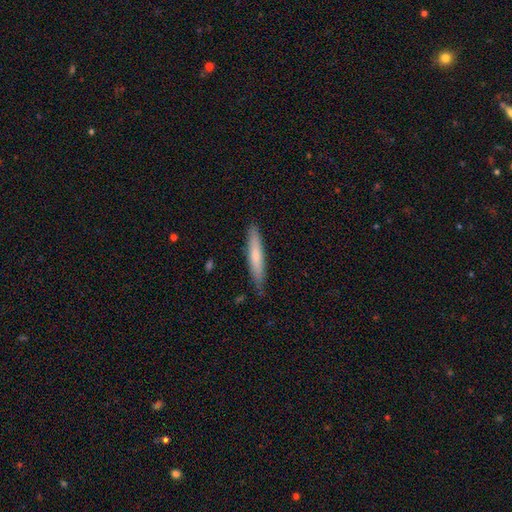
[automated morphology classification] This appears to be a smooth galaxy with no disk features (68%) that is cigar-shaped (92%). Merging: none (83%).